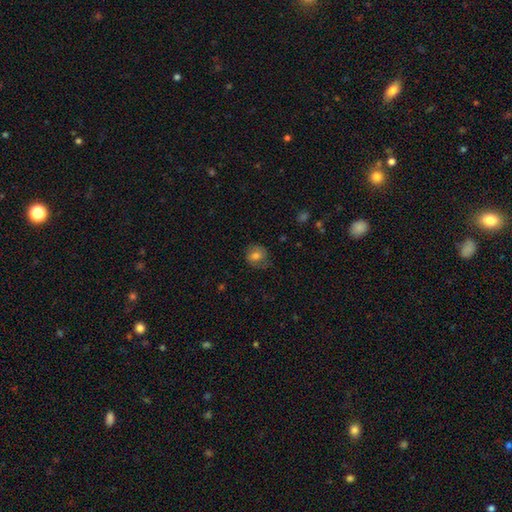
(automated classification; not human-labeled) A smooth galaxy with no disk features (75%) that is round (74%).

Vote fractions:
- Smooth or featured? smooth: 75% / featured or disk: 15% / star or artifact: 10%
- How rounded? round: 74% / in between: 25% / cigar-shaped: 1%
- Merging? none: 73% / minor disturbance: 20% / major disturbance: 7% / merger: 1%